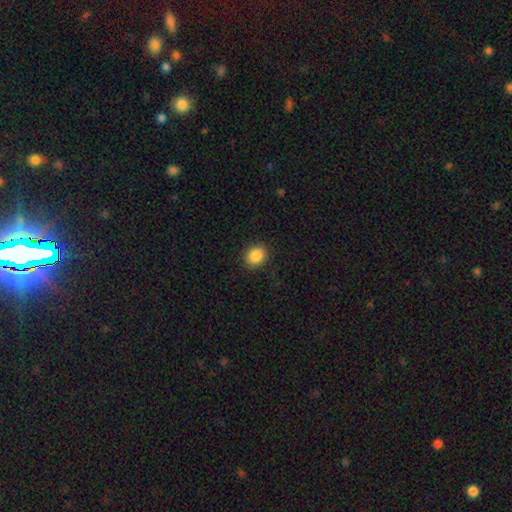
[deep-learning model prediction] smooth_or_featured: smooth (p=0.88) [alt: star or artifact p=0.09]
how_rounded: round (p=0.61) [alt: in between p=0.38]
merging: none (p=0.89) [alt: minor disturbance p=0.08]